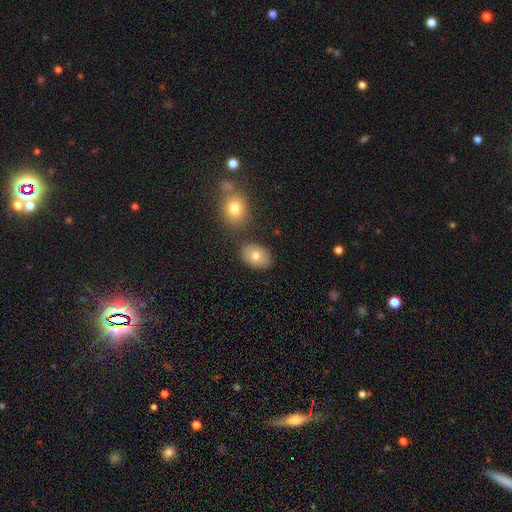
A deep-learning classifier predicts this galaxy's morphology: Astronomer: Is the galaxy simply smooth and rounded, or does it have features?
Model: smooth — 76%.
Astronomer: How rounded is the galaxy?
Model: in between — 78%.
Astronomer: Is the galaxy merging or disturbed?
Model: none — 75%.